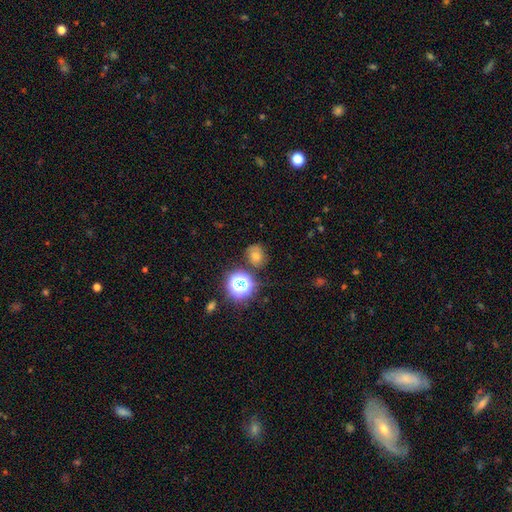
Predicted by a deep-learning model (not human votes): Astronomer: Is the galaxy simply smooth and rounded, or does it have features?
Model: smooth — 65%.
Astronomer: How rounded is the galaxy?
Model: round — 71%.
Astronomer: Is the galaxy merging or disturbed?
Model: none — 69%.